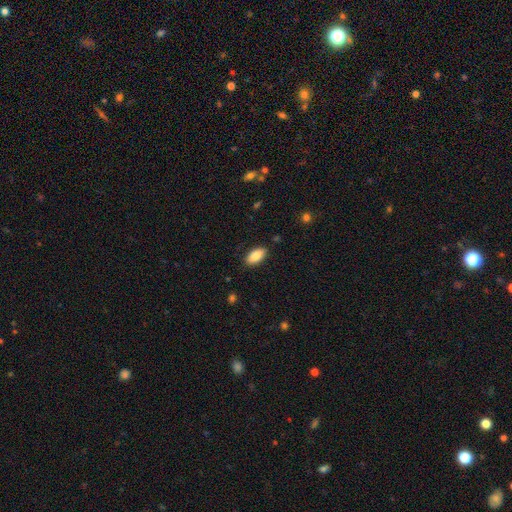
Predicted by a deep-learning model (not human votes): smooth-or-featured: smooth: 88% | star or artifact: 7% | featured or disk: 5%
  how-rounded: in between: 92% | cigar-shaped: 5% | round: 2%
  merging: none: 87% | minor disturbance: 9% | major disturbance: 2% | merger: 1%